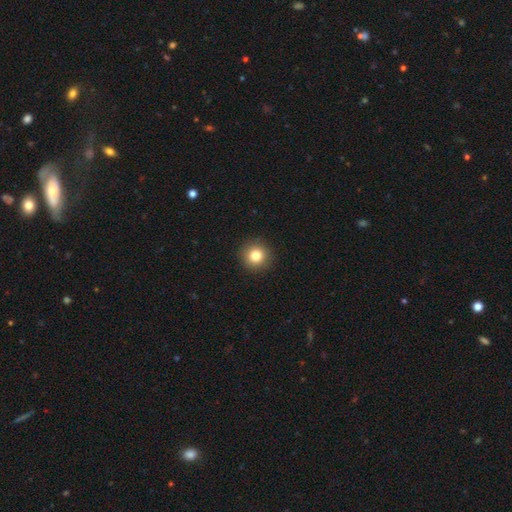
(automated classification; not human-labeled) Smooth or featured?
  - smooth: 81% *
  - star or artifact: 11%
  - featured or disk: 7%
How rounded?
  - round: 94% *
  - in between: 5%
  - cigar-shaped: 1%
Merging?
  - none: 92% *
  - minor disturbance: 5%
  - major disturbance: 2%
  - merger: 1%